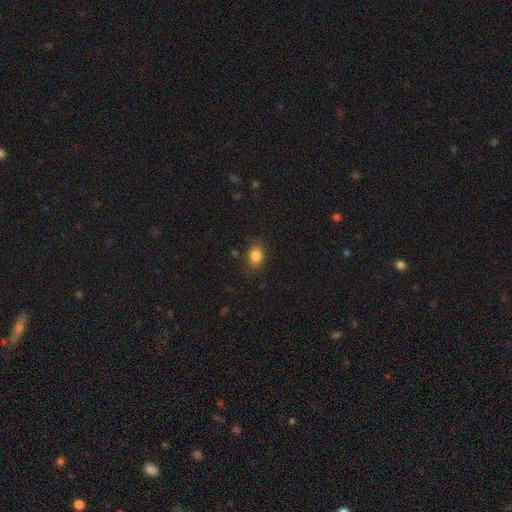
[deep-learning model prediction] This is clearly a smooth galaxy (85%). How rounded: possibly in between (50%). Merging: clearly none (82%).